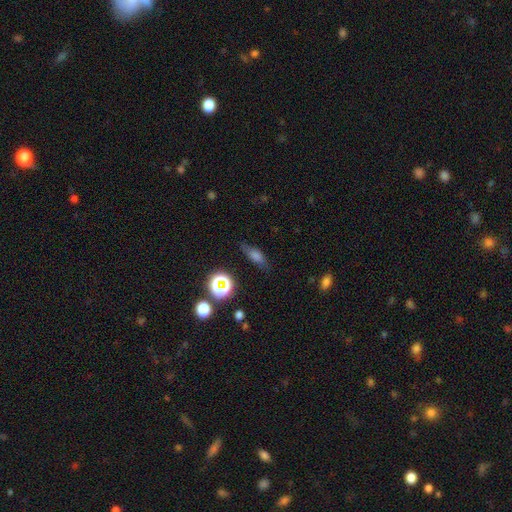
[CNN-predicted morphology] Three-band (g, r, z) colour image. It shows a smooth galaxy with no disk features (51%) that is in between round and cigar-shaped (44%). Merging: none (76%).